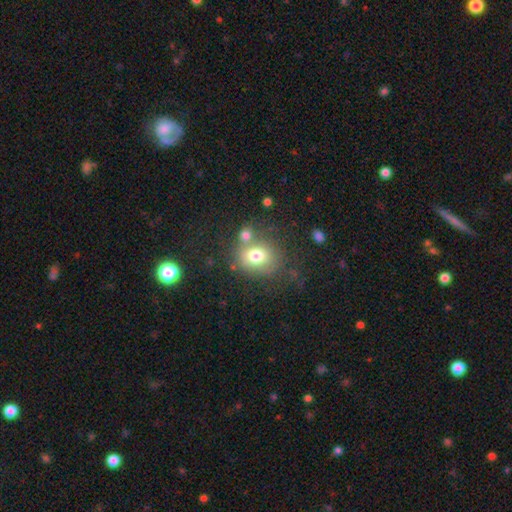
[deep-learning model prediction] Smooth or featured: smooth — 74% (featured or disk — 15%)
How rounded: round — 58% (in between — 41%)
Merging: none — 54% (merger — 23%)